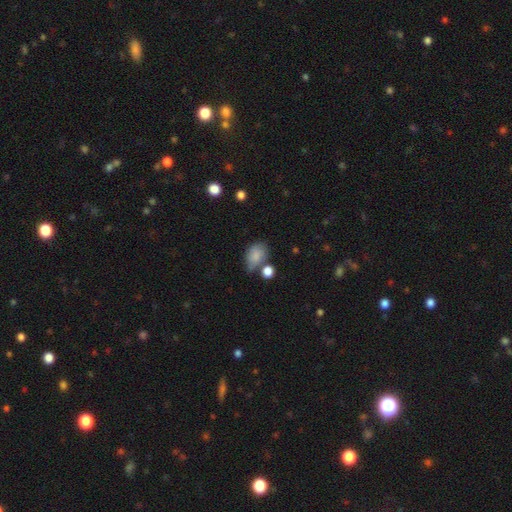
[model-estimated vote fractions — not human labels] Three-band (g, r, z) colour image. It shows a smooth galaxy with no disk features (80%) that is in between round and cigar-shaped (78%). Merging: none (42%).